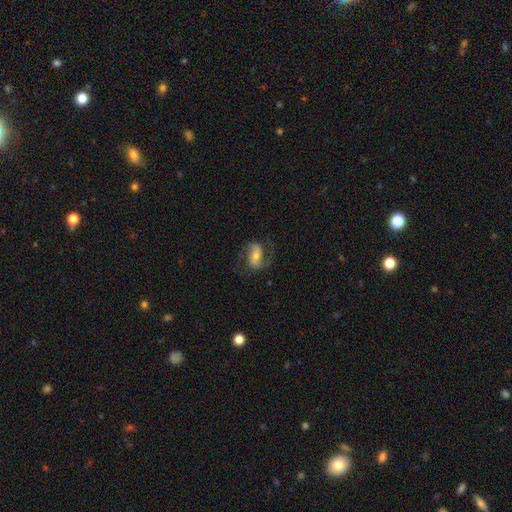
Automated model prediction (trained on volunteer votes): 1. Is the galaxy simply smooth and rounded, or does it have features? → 76% featured or disk, 17% smooth, 7% star or artifact.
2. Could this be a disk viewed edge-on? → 97% no, 3% yes.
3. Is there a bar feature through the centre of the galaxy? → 37% weak, 35% strong, 28% no.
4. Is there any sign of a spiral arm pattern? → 93% yes, 7% no.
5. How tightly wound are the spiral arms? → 52% medium, 32% loose, 16% tight.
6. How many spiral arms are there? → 89% 2, 4% 1, 4% can't tell, 1% 3, 1% 4, 1% more than 4.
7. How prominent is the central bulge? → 46% moderate, 42% small, 7% large, 3% none, 2% dominant.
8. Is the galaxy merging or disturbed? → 70% none, 15% minor disturbance, 13% major disturbance, 1% merger.